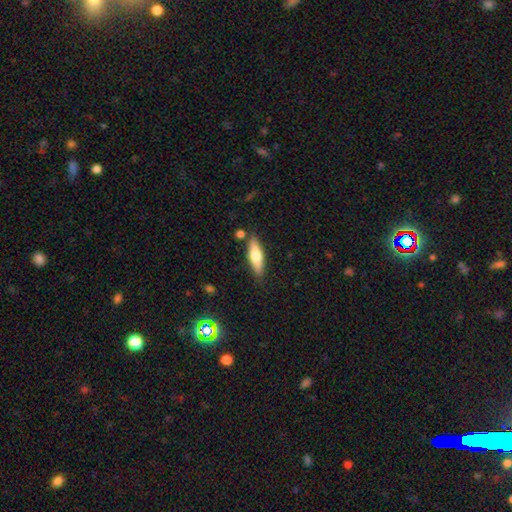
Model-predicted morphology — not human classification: A smooth galaxy with no disk features (60%) that is cigar-shaped (56%). Merging: none (82%).